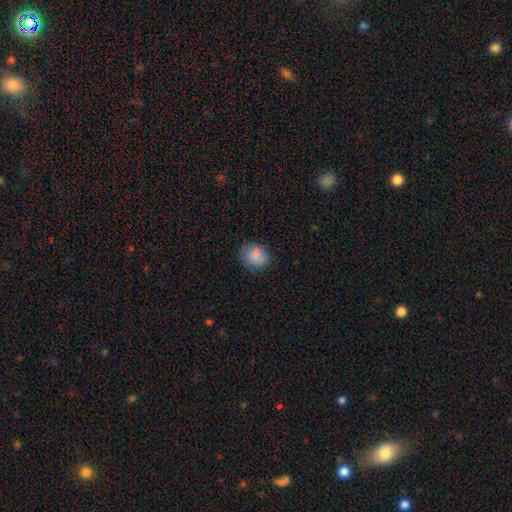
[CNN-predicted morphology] Q: Smooth or featured?
A: smooth (81%); runner-up: featured or disk (10%)
Q: How rounded?
A: round (65%); runner-up: in between (34%)
Q: Merging?
A: none (72%); runner-up: minor disturbance (19%)